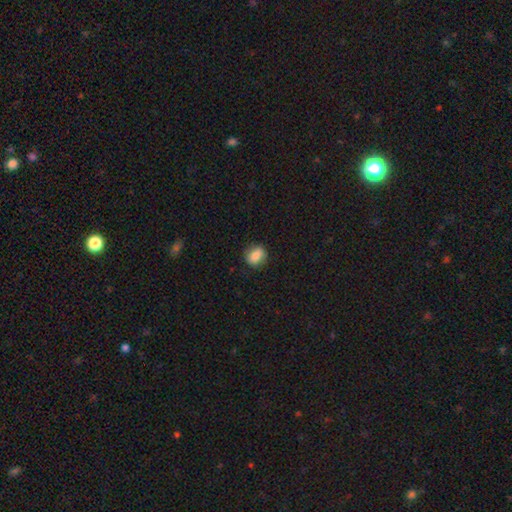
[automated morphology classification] This is clearly a smooth galaxy (83%). How rounded: possibly in between (53%). Merging: clearly none (83%).